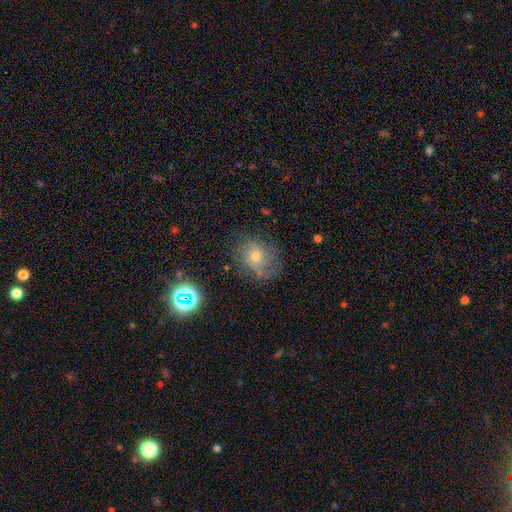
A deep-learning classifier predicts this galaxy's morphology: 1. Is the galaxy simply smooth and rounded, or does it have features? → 40% smooth, 39% featured or disk, 21% star or artifact.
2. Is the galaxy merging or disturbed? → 62% none, 23% minor disturbance, 13% major disturbance, 2% merger.